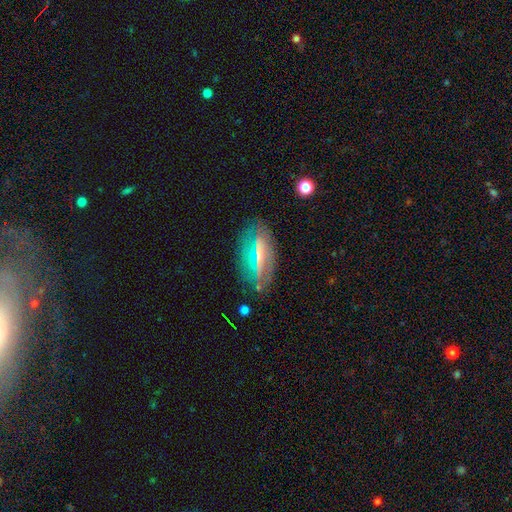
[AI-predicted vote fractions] smooth-or-featured: featured or disk: 70% | smooth: 20% | star or artifact: 10%
  disk-edge-on: yes: 67% | no: 33%
  merging: none: 78% | minor disturbance: 15% | major disturbance: 5% | merger: 2%